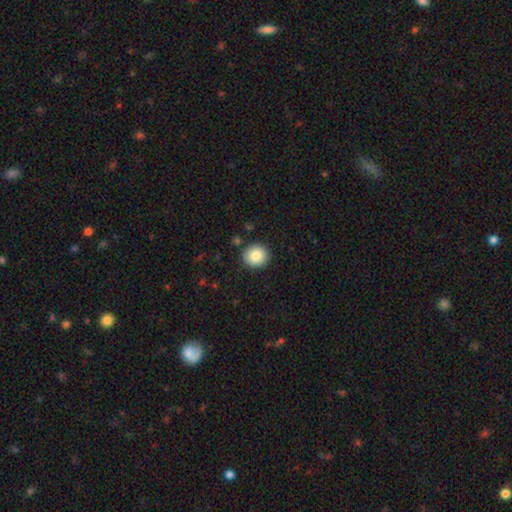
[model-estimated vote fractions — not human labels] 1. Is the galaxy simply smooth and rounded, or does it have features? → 85% smooth, 8% star or artifact, 6% featured or disk.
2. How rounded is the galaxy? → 87% round, 12% in between, 1% cigar-shaped.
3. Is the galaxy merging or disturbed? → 89% none, 7% minor disturbance, 2% major disturbance, 2% merger.